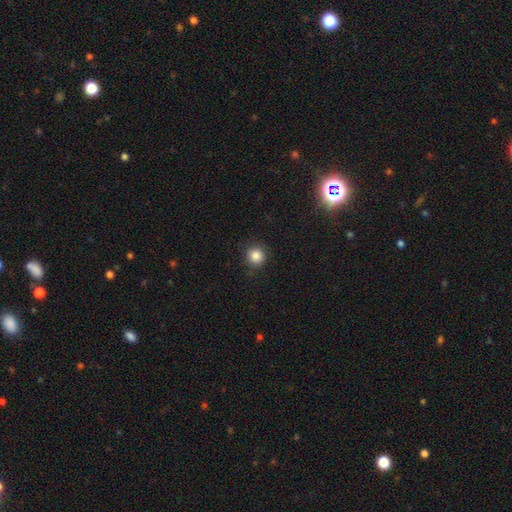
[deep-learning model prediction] A smooth galaxy with no disk features (84%) that is round (92%). Merging: none (87%).